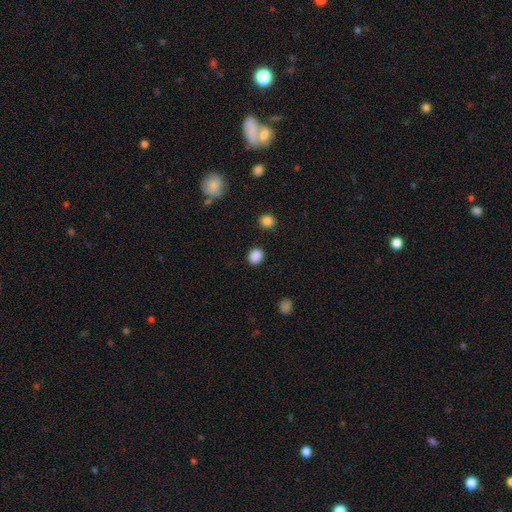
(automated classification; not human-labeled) Smooth or featured? smooth (87%)
How rounded? round (70%)
Merging? none (89%)